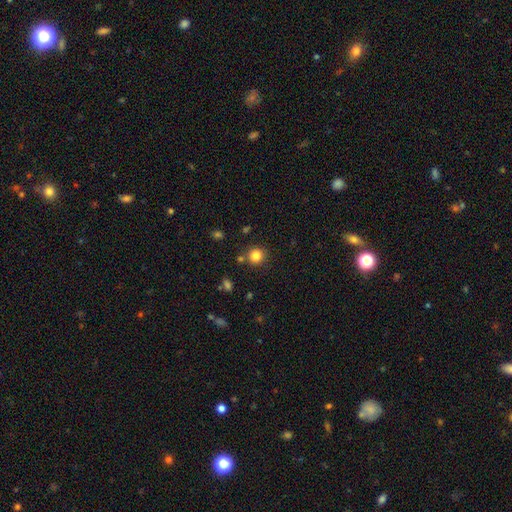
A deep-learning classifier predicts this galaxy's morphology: Q: Smooth or featured?
A: smooth (83%); runner-up: star or artifact (12%)
Q: How rounded?
A: round (91%); runner-up: in between (8%)
Q: Merging?
A: none (83%); runner-up: minor disturbance (8%)